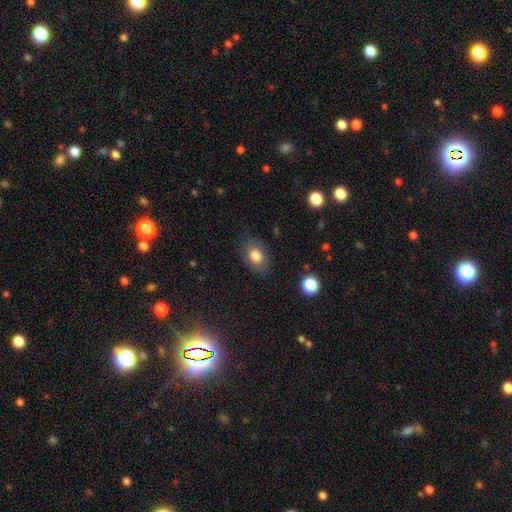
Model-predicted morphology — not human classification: Smooth or featured? smooth (78%)
How rounded? in between (74%)
Merging? none (80%)